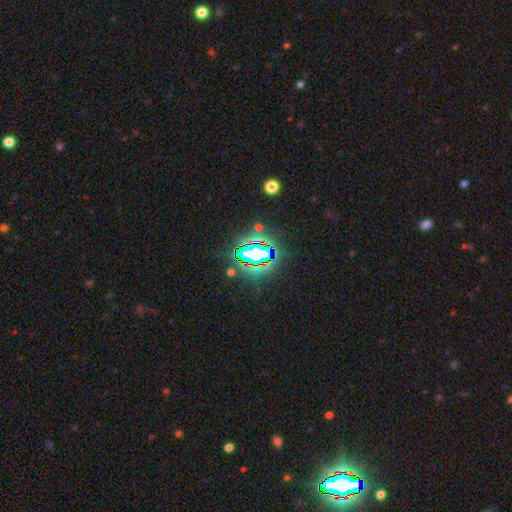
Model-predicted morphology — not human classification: Smooth or featured?
  - star or artifact: 72% *
  - smooth: 15%
  - featured or disk: 13%